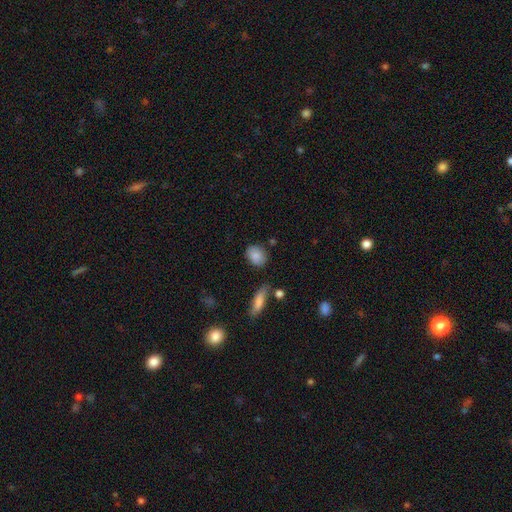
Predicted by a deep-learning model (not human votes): smooth_or_featured: smooth (p=0.85) [alt: featured or disk p=0.08]
how_rounded: in between (p=0.61) [alt: round p=0.36]
merging: none (p=0.76) [alt: minor disturbance p=0.16]